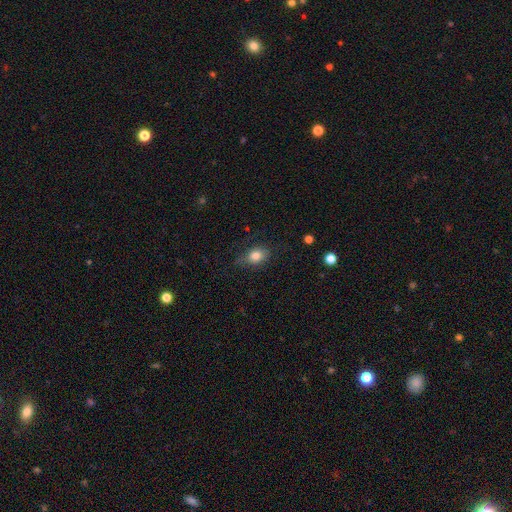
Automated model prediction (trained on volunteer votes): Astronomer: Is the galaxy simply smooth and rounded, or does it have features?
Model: smooth — 81%.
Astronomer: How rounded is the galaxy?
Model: in between — 73%.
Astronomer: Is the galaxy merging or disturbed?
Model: none — 67%.